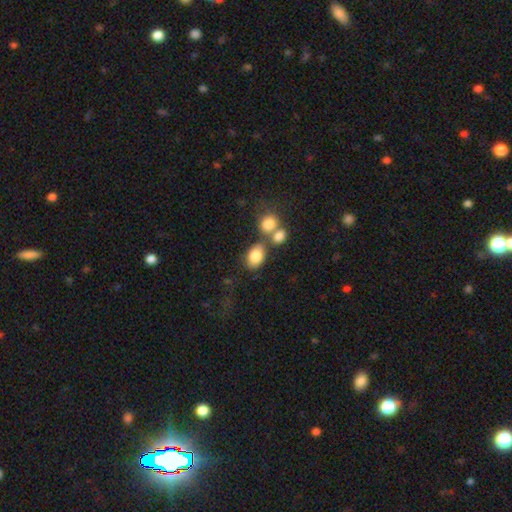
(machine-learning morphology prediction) smooth-or-featured: smooth: 82% | featured or disk: 10% | star or artifact: 9%
  how-rounded: in between: 80% | round: 19% | cigar-shaped: 1%
  merging: none: 48% | merger: 34% | minor disturbance: 12% | major disturbance: 6%